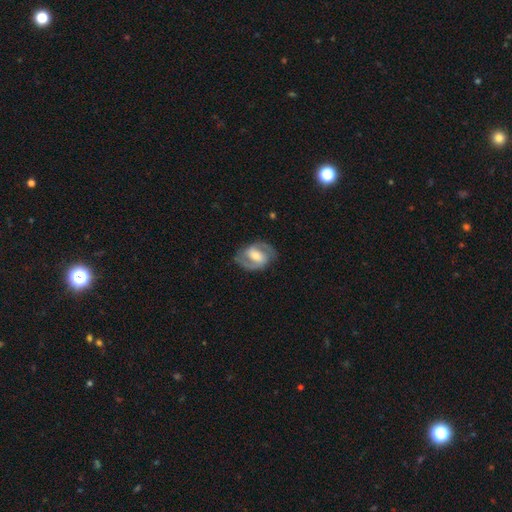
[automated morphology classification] A featured or disk galaxy (78%) with a weak bar (42%), 2 (89%) medium (52%) spiral arms (88%) and a moderate central bulge (60%).

Vote fractions:
- Smooth or featured? featured or disk: 78% / smooth: 17% / star or artifact: 5%
- Edge-on disk? no: 97% / yes: 3%
- Bar? weak: 42% / strong: 33% / no: 25%
- Spiral arms? yes: 88% / no: 12%
- Spiral winding? medium: 52% / tight: 31% / loose: 17%
- Spiral arm count? 2: 89% / can't tell: 6% / 1: 2% / 3: 1% / 4: 1% / more than 4: 1%
- Bulge size? moderate: 60% / small: 29% / large: 8% / none: 2% / dominant: 1%
- Merging? none: 80% / minor disturbance: 13% / major disturbance: 6% / merger: 1%